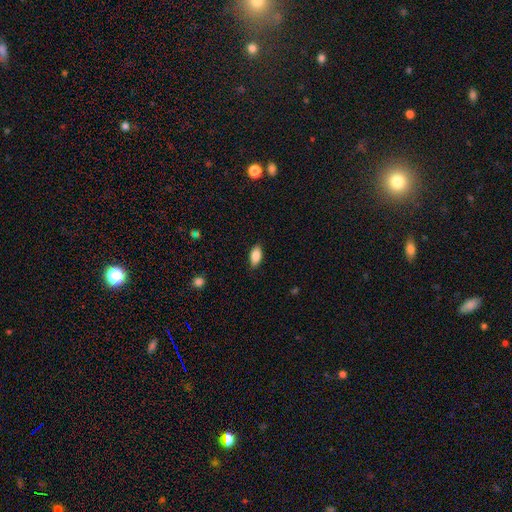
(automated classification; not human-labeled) smooth-or-featured: smooth: 87% | star or artifact: 7% | featured or disk: 6%
  how-rounded: in between: 91% | cigar-shaped: 6% | round: 3%
  merging: none: 84% | minor disturbance: 13% | major disturbance: 2% | merger: 1%